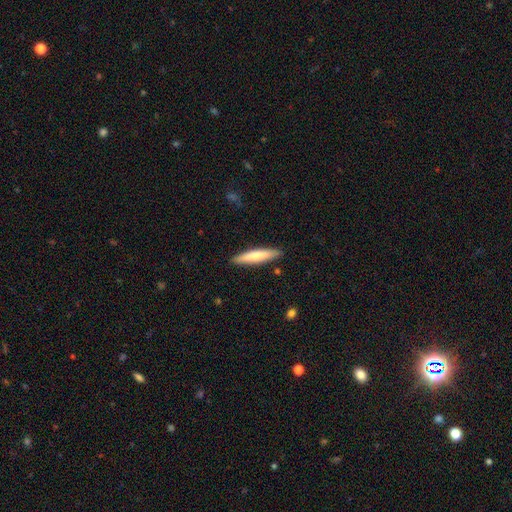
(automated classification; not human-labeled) A smooth galaxy with no disk features (68%) that is cigar-shaped (87%).

Vote fractions:
- Smooth or featured? smooth: 68% / featured or disk: 26% / star or artifact: 5%
- How rounded? cigar-shaped: 87% / in between: 11% / round: 1%
- Merging? none: 89% / minor disturbance: 8% / major disturbance: 2% / merger: 1%